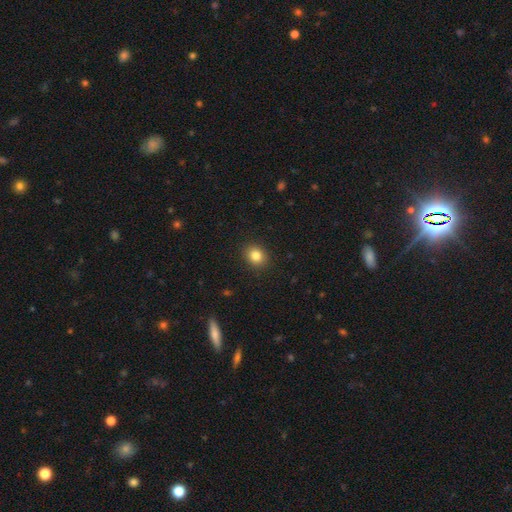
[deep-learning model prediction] Overall: smooth (84%). How rounded: round (65%; in between 34%). Merging: none (90%).